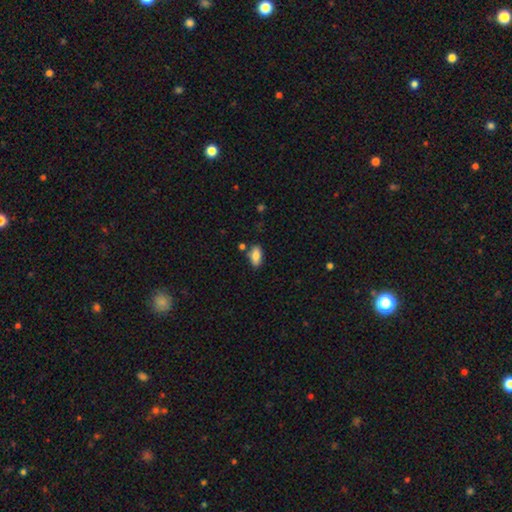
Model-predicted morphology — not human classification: smooth_or_featured: smooth (p=0.83) [alt: featured or disk p=0.10]
how_rounded: in between (p=0.89) [alt: cigar-shaped p=0.07]
merging: none (p=0.76) [alt: minor disturbance p=0.14]